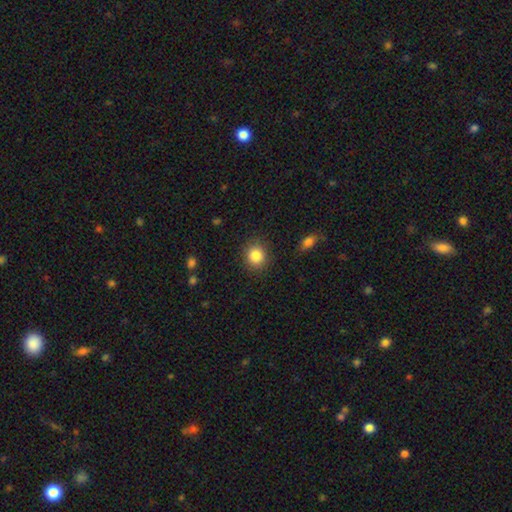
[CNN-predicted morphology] This appears to be a smooth galaxy with no disk features (85%) that is round (85%). Merging: none (88%).